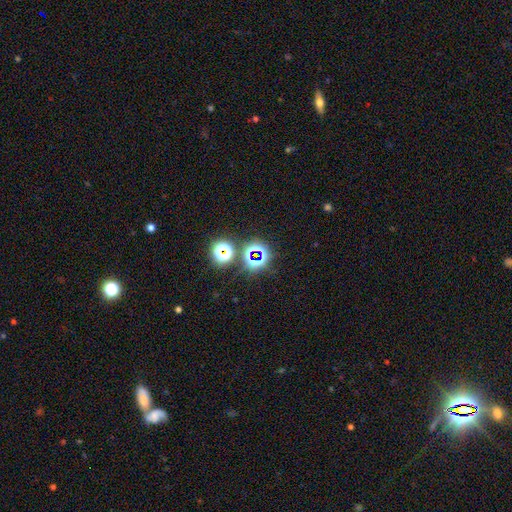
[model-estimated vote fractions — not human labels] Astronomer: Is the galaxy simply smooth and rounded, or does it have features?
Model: star or artifact — 70%.